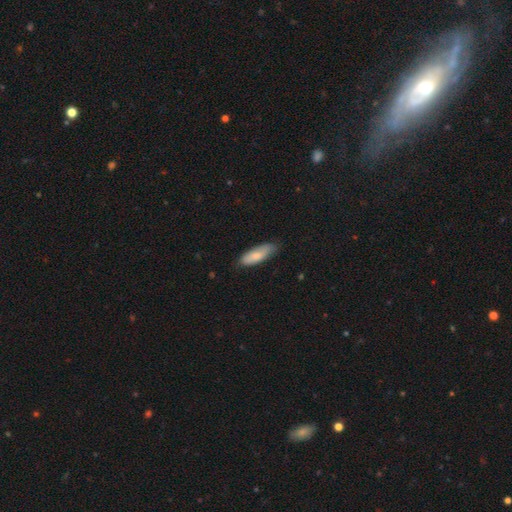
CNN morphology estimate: This is likely a smooth galaxy (80%). How rounded: likely in between (60%). Merging: likely none (75%).